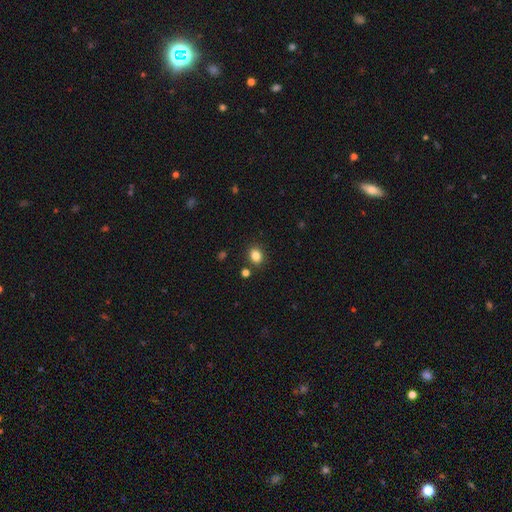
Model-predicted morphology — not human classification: smooth-or-featured: smooth: 84% | star or artifact: 11% | featured or disk: 5%
  how-rounded: round: 55% | in between: 44% | cigar-shaped: 1%
  merging: none: 86% | minor disturbance: 8% | merger: 4% | major disturbance: 3%